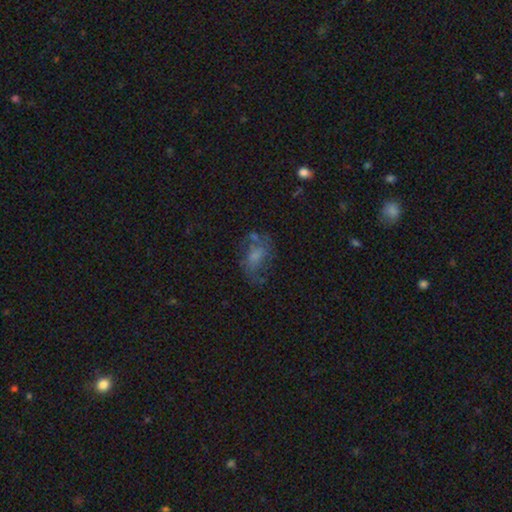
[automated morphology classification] Smooth or featured?
  - smooth: 44% *
  - featured or disk: 43%
  - star or artifact: 13%
Merging?
  - none: 44% *
  - major disturbance: 26%
  - minor disturbance: 23%
  - merger: 7%